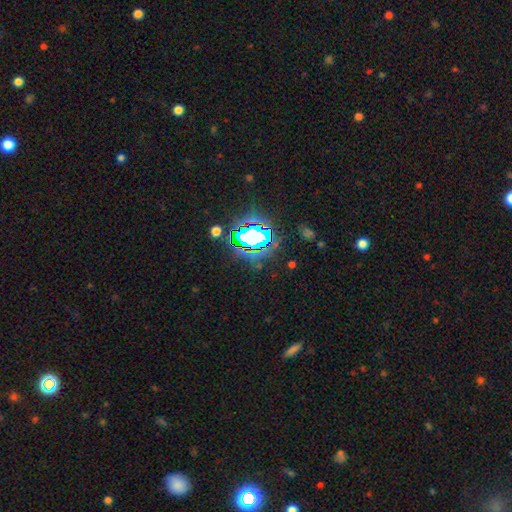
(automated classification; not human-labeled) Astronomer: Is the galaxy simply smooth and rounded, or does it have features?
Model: star or artifact — 76%.